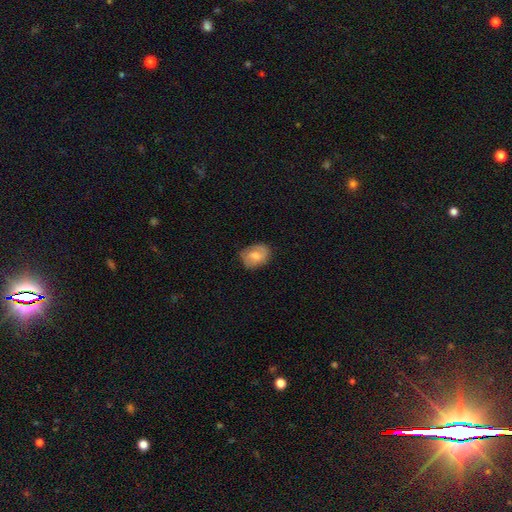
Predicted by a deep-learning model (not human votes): A smooth galaxy with no disk features (61%) that is in between round and cigar-shaped (64%).

Vote fractions:
- Smooth or featured? smooth: 61% / featured or disk: 32% / star or artifact: 7%
- How rounded? in between: 64% / round: 34% / cigar-shaped: 1%
- Merging? none: 67% / minor disturbance: 25% / major disturbance: 7% / merger: 1%